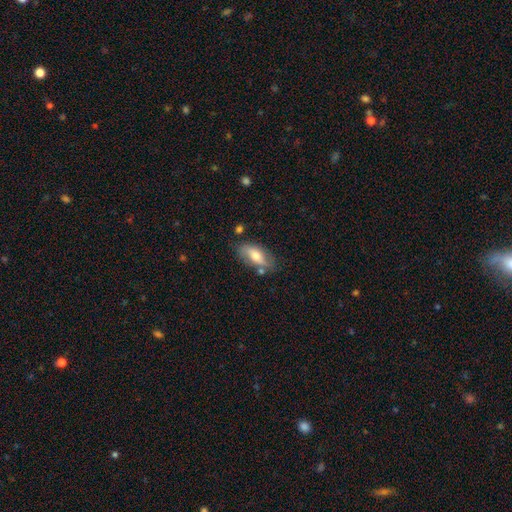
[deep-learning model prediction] Smooth or featured: smooth — 62% (featured or disk — 31%)
How rounded: in between — 85% (cigar-shaped — 11%)
Merging: none — 71% (minor disturbance — 18%)